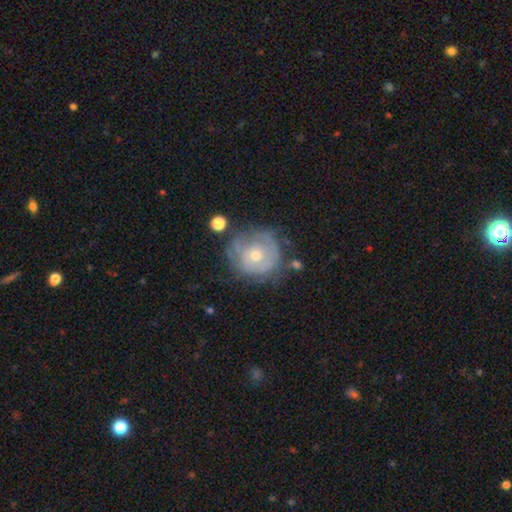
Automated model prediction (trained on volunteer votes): Overall: featured or disk (65%; smooth 27%). Edge-on disk: no (97%). Bar: no (82%). Spiral arms: yes (64%; no 36%). Bulge size: moderate (54%; small 42%). Merging: none (61%; minor disturbance 23%).